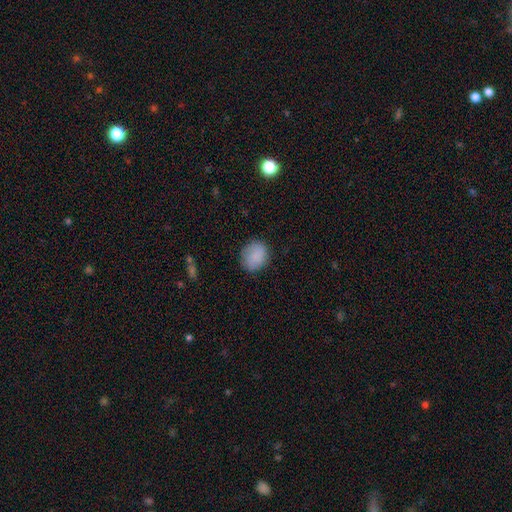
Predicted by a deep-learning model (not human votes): smooth_or_featured: smooth (p=0.86) [alt: star or artifact p=0.08]
how_rounded: round (p=0.70) [alt: in between p=0.29]
merging: none (p=0.82) [alt: minor disturbance p=0.14]